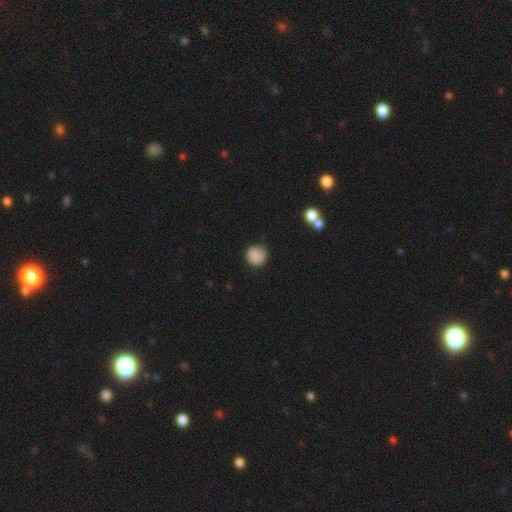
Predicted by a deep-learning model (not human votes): This appears to be a smooth galaxy with no disk features (85%) that is round (90%). Merging: none (76%).